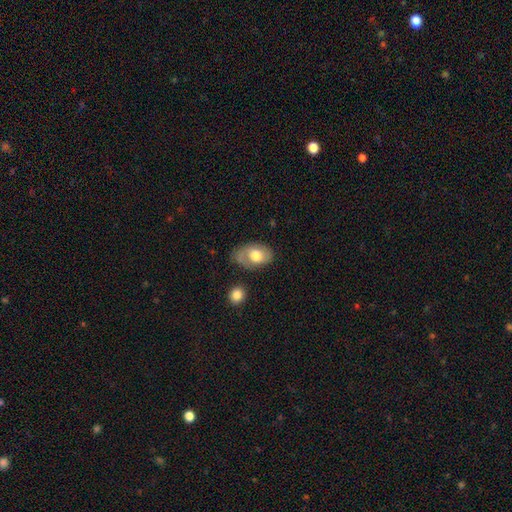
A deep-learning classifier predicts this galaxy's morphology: smooth_or_featured: smooth (p=0.54) [alt: featured or disk p=0.39]
how_rounded: in between (p=0.86) [alt: round p=0.13]
merging: none (p=0.57) [alt: minor disturbance p=0.27]